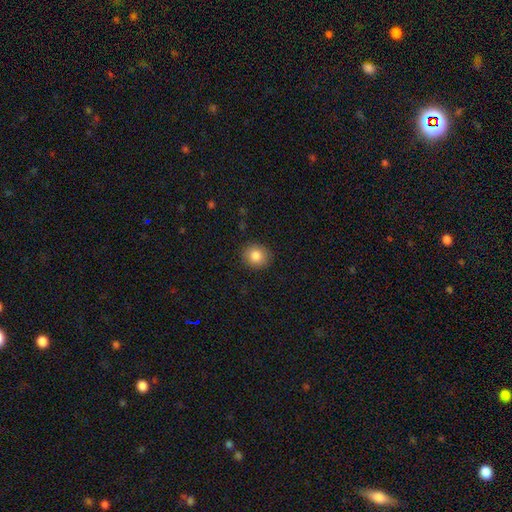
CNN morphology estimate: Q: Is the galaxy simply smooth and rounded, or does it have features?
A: smooth — 85%.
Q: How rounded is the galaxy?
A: round — 80%.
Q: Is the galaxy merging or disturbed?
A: none — 90%.